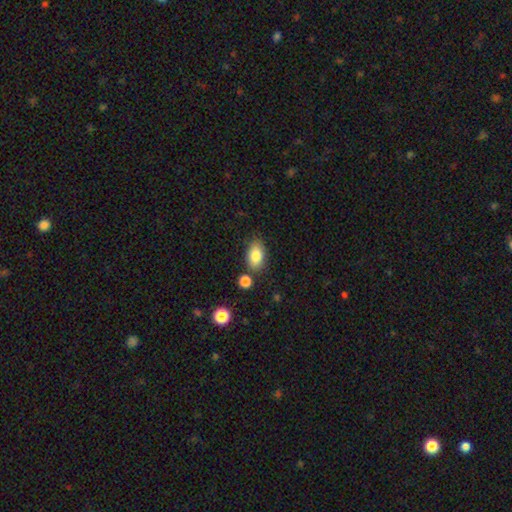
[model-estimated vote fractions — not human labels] Smooth or featured?
  - smooth: 83% *
  - featured or disk: 9%
  - star or artifact: 8%
How rounded?
  - in between: 90% *
  - round: 8%
  - cigar-shaped: 2%
Merging?
  - none: 77% *
  - minor disturbance: 13%
  - merger: 8%
  - major disturbance: 3%